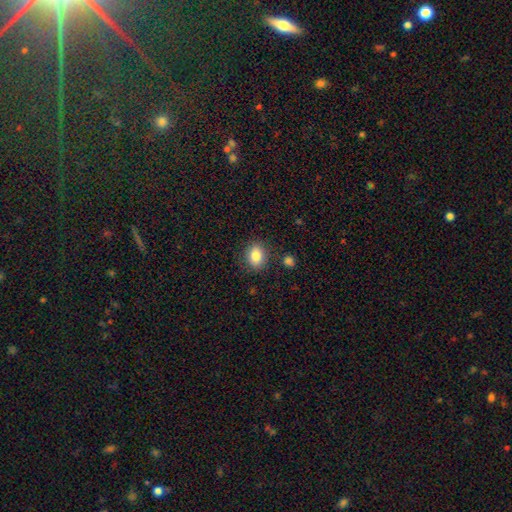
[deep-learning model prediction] smooth_or_featured: smooth (p=0.85) [alt: star or artifact p=0.09]
how_rounded: in between (p=0.61) [alt: round p=0.38]
merging: none (p=0.84) [alt: minor disturbance p=0.10]